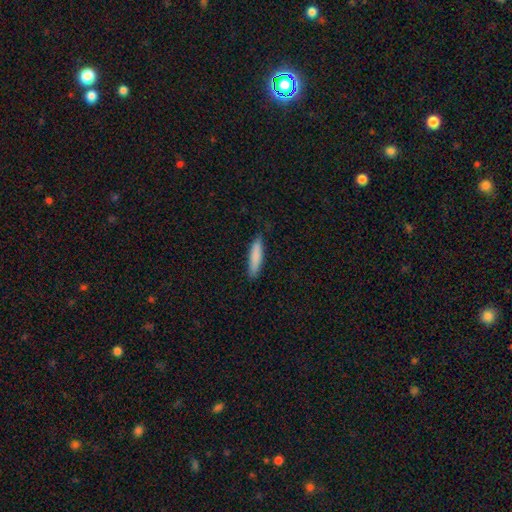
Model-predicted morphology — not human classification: Overall: smooth (84%). How rounded: cigar-shaped (83%). Merging: none (84%).